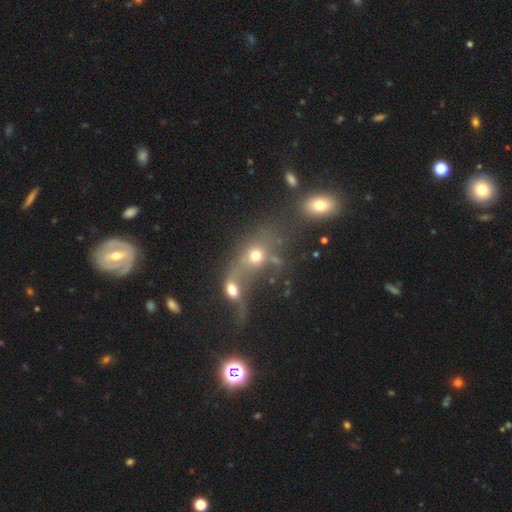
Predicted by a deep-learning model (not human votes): Smooth or featured? smooth (55%)
How rounded? round (50%)
Merging? merger (74%)